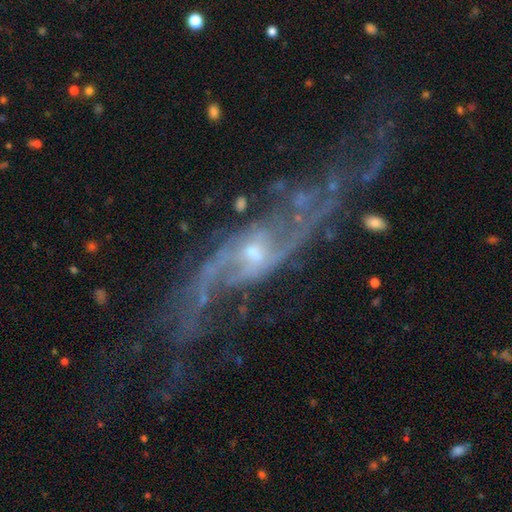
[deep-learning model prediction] featured or disk 75%, star or artifact 16%, smooth 9%. Down the decision tree: edge-on disk — no (70%); bar — no (57%); spiral arms — yes (85%); bulge size — small (51%); merging — none (58%).